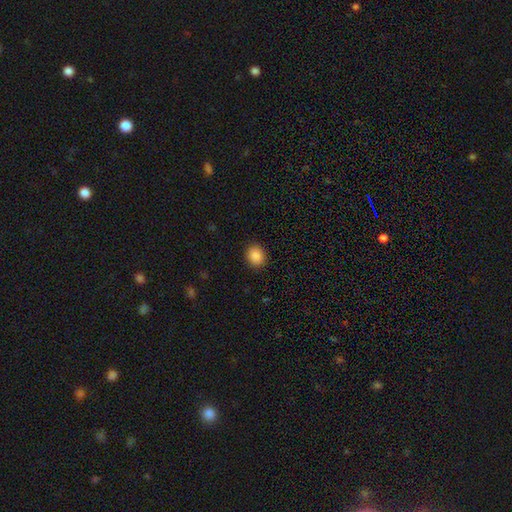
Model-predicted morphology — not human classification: smooth-or-featured: smooth: 88% | star or artifact: 9% | featured or disk: 3%
  how-rounded: round: 63% | in between: 37% | cigar-shaped: 1%
  merging: none: 90% | minor disturbance: 7% | major disturbance: 2% | merger: 1%